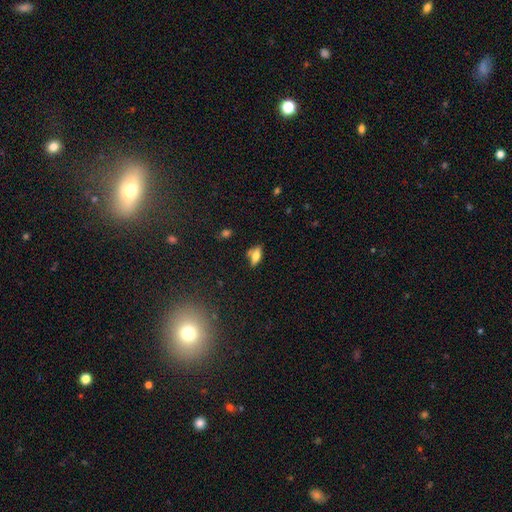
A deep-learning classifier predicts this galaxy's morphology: A smooth galaxy with no disk features (62%) that is in between round and cigar-shaped (78%).

Vote fractions:
- Smooth or featured? smooth: 62% / featured or disk: 27% / star or artifact: 11%
- How rounded? in between: 78% / cigar-shaped: 18% / round: 4%
- Merging? none: 63% / minor disturbance: 20% / merger: 11% / major disturbance: 7%